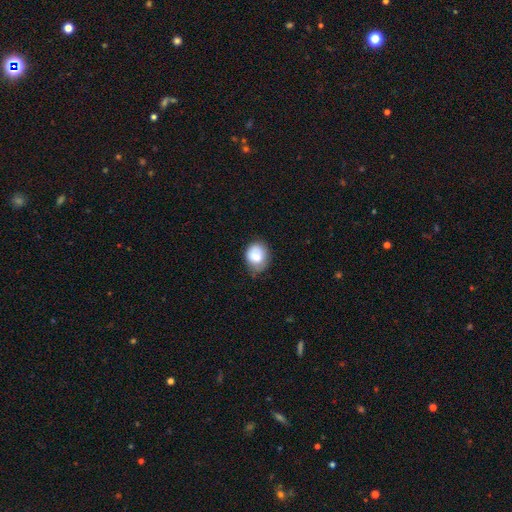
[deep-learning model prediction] smooth 80%, featured or disk 12%, star or artifact 8%. Down the decision tree: how rounded — round (55%); merging — none (56%).